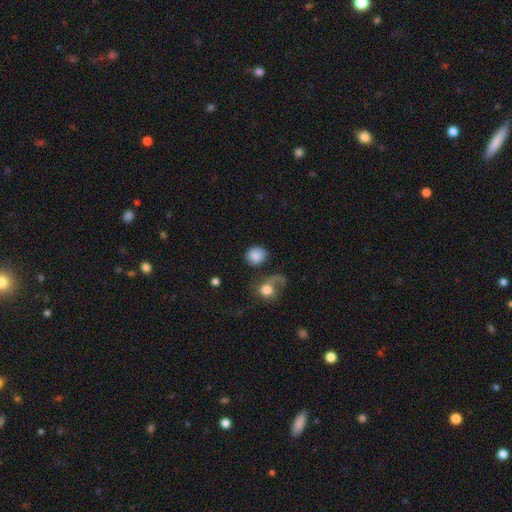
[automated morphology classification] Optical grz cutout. It shows a smooth galaxy with no disk features (82%) that is round (79%). Merging: none (64%).